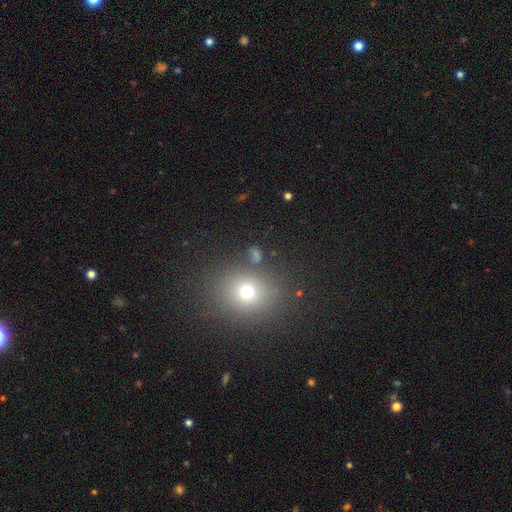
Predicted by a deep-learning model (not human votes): smooth 63%, star or artifact 27%, featured or disk 11%. Down the decision tree: how rounded — round (64%); merging — none (79%).